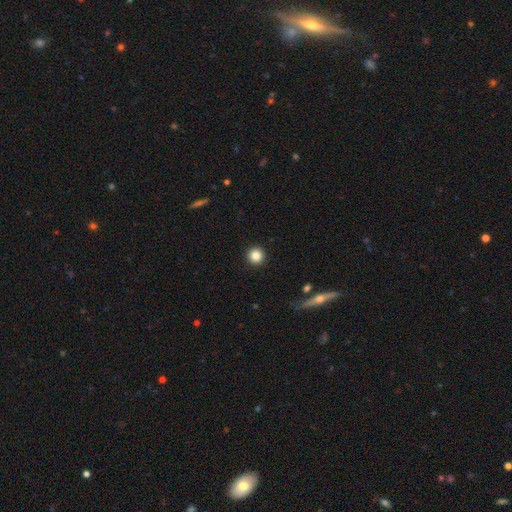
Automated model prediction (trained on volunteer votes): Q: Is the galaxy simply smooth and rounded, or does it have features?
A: smooth — 85%.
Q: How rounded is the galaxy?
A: round — 96%.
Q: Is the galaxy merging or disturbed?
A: none — 93%.